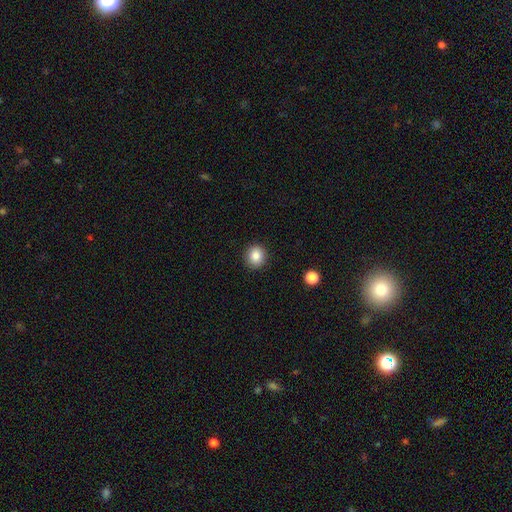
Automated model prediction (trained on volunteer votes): Q: Smooth or featured?
A: smooth (85%); runner-up: star or artifact (9%)
Q: How rounded?
A: round (85%); runner-up: in between (14%)
Q: Merging?
A: none (91%); runner-up: minor disturbance (6%)